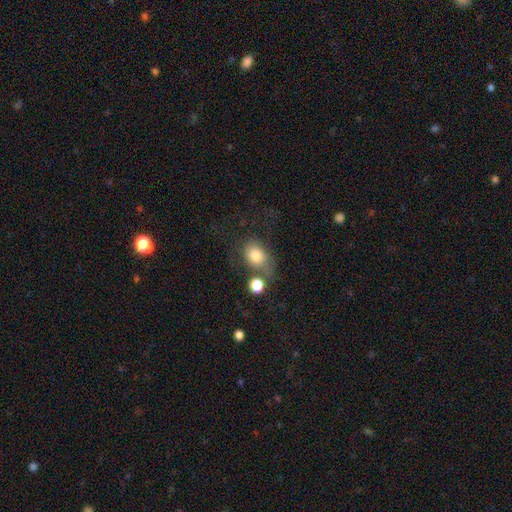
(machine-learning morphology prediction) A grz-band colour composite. It shows a smooth galaxy with no disk features (78%) that is in between round and cigar-shaped (60%). Merging: none (44%).